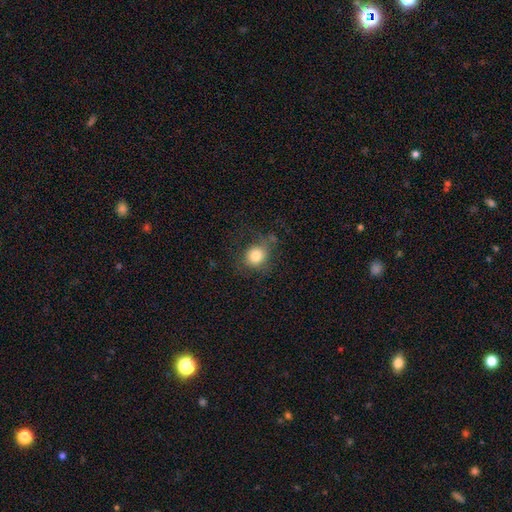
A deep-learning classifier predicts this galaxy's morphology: type=smooth (80%); roundness=round (83%); merging=none (64%).